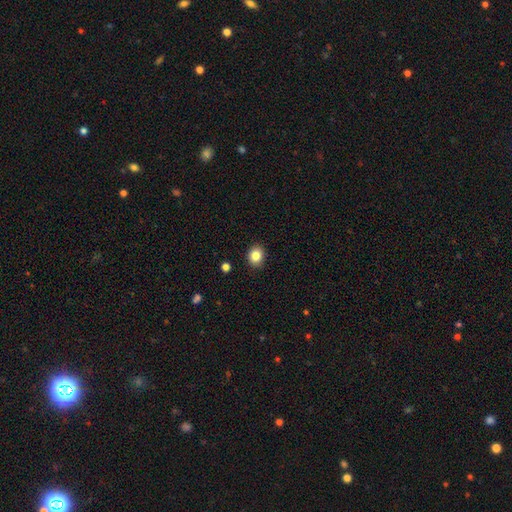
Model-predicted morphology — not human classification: Overall: smooth (85%). How rounded: round (66%; in between 34%). Merging: none (90%).